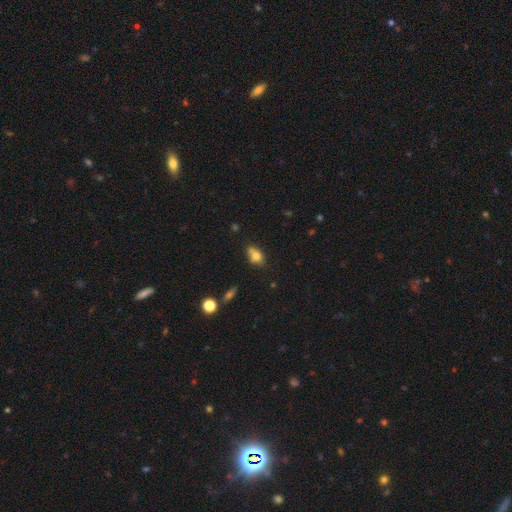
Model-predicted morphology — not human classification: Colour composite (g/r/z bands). It shows a smooth galaxy with no disk features (73%) that is in between round and cigar-shaped (66%). Merging: none (45%).